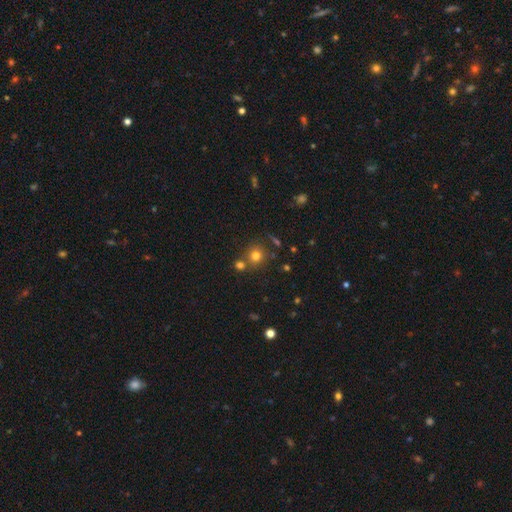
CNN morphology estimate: smooth-or-featured: smooth: 75% | star or artifact: 16% | featured or disk: 9%
  how-rounded: round: 89% | in between: 10% | cigar-shaped: 1%
  merging: none: 70% | merger: 18% | minor disturbance: 9% | major disturbance: 3%